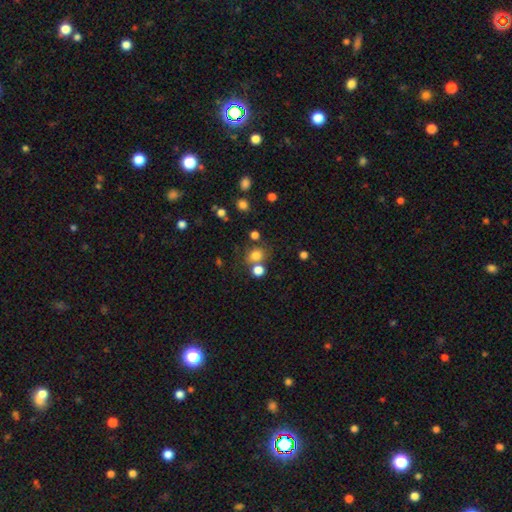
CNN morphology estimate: smooth-or-featured: smooth: 77% | star or artifact: 15% | featured or disk: 8%
  how-rounded: round: 71% | in between: 28% | cigar-shaped: 1%
  merging: none: 63% | merger: 21% | minor disturbance: 11% | major disturbance: 5%